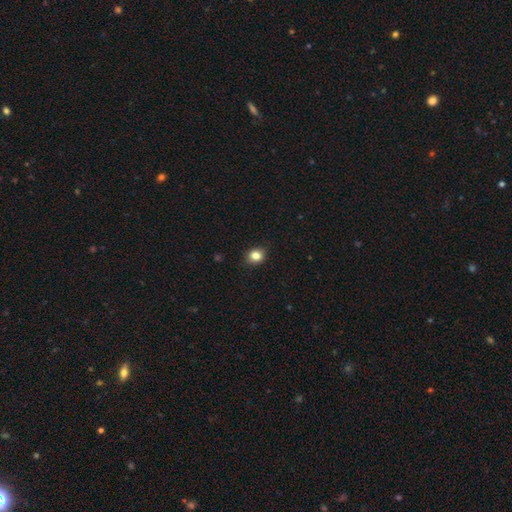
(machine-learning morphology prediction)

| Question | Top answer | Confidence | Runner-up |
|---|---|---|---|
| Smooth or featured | smooth | 83% | star or artifact (11%) |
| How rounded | round | 66% | in between (33%) |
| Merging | none | 89% | minor disturbance (8%) |